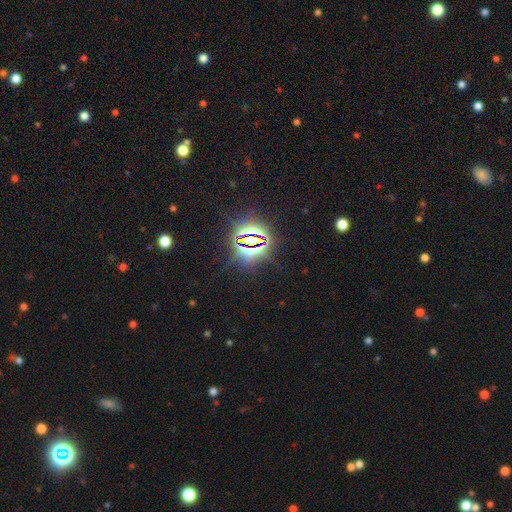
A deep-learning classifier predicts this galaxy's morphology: Overall: star or artifact (82%).